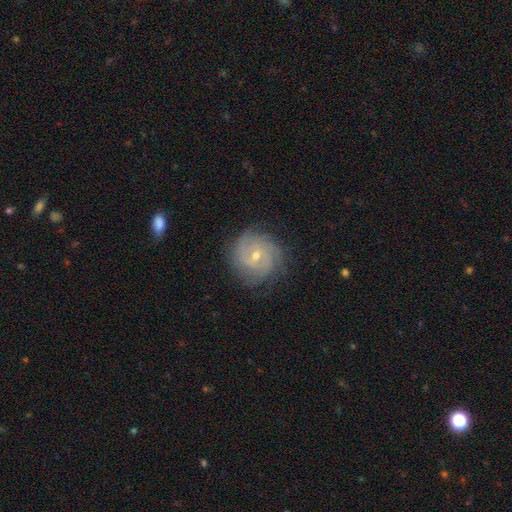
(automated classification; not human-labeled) smooth-or-featured: featured or disk: 79% | smooth: 14% | star or artifact: 7%
  disk-edge-on: no: 97% | yes: 3%
    bar: no: 51% | weak: 41% | strong: 8%
    has-spiral-arms: yes: 93% | no: 7%
      spiral-winding: tight: 66% | medium: 27% | loose: 7%
      spiral-arm-count: can't tell: 33% | 3: 23% | 2: 18% | 4: 14% | more than 4: 6% | 1: 6%
    bulge-size: small: 55% | moderate: 42% | large: 1% | none: 1% | dominant: 1%
  merging: none: 78% | minor disturbance: 15% | major disturbance: 6% | merger: 1%